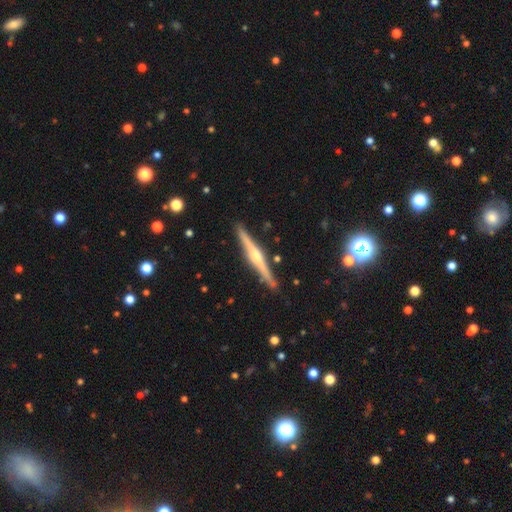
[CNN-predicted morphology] A featured or disk galaxy (78%) viewed edge-on (98%) with a rounded central bulge (81%). Merging: none (91%).